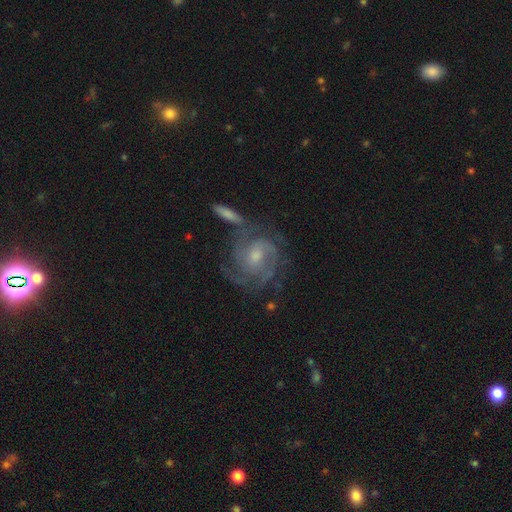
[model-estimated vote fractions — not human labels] Smooth or featured?
  - featured or disk: 83% *
  - smooth: 11%
  - star or artifact: 6%
Edge-on disk?
  - no: 97% *
  - yes: 3%
Bar?
  - no: 60% *
  - weak: 35%
  - strong: 5%
Spiral arms?
  - yes: 94% *
  - no: 6%
Spiral winding?
  - tight: 55% *
  - medium: 36%
  - loose: 9%
Spiral arm count?
  - can't tell: 30% *
  - 3: 28%
  - 2: 19%
  - 4: 12%
  - more than 4: 6%
  - 1: 6%
Bulge size?
  - moderate: 49% *
  - small: 42%
  - large: 4%
  - none: 4%
  - dominant: 1%
Merging?
  - none: 63% *
  - minor disturbance: 17%
  - major disturbance: 11%
  - merger: 10%